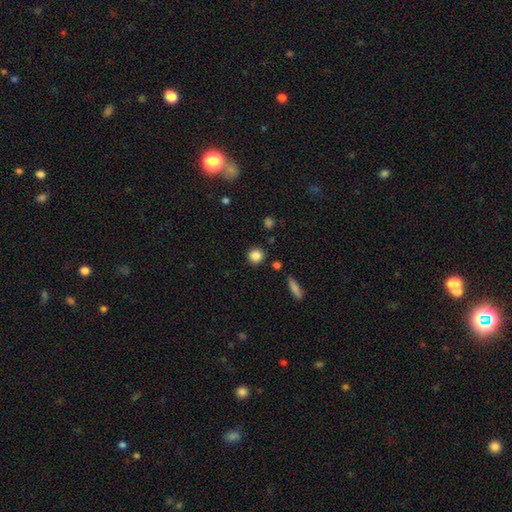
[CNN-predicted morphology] Q: Smooth or featured?
A: smooth (85%); runner-up: star or artifact (10%)
Q: How rounded?
A: round (92%); runner-up: in between (6%)
Q: Merging?
A: none (89%); runner-up: minor disturbance (6%)